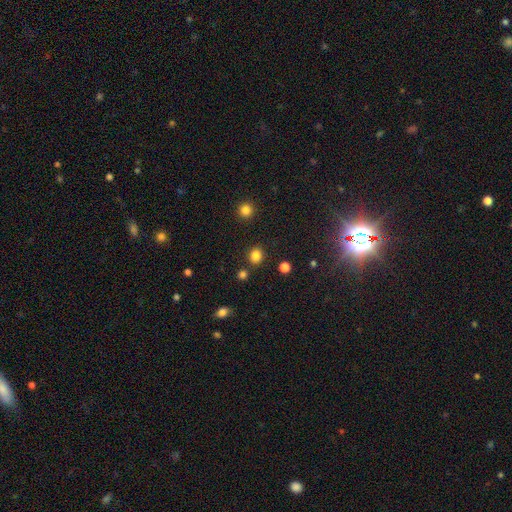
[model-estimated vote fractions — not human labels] This is clearly a smooth galaxy (84%). How rounded: likely round (73%). Merging: clearly none (85%).